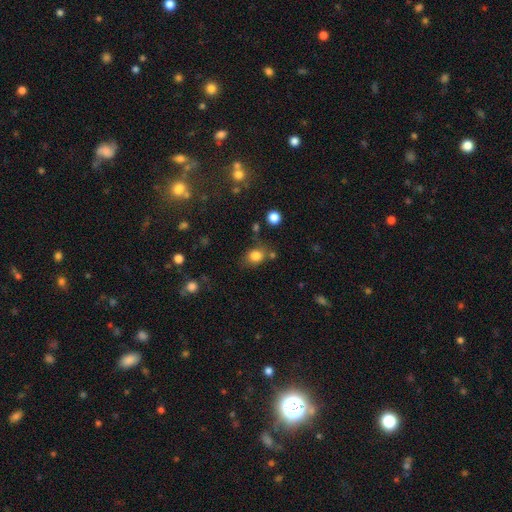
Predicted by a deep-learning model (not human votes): smooth_or_featured: smooth (p=0.82) [alt: star or artifact p=0.12]
how_rounded: round (p=0.52) [alt: in between p=0.47]
merging: none (p=0.66) [alt: minor disturbance p=0.19]